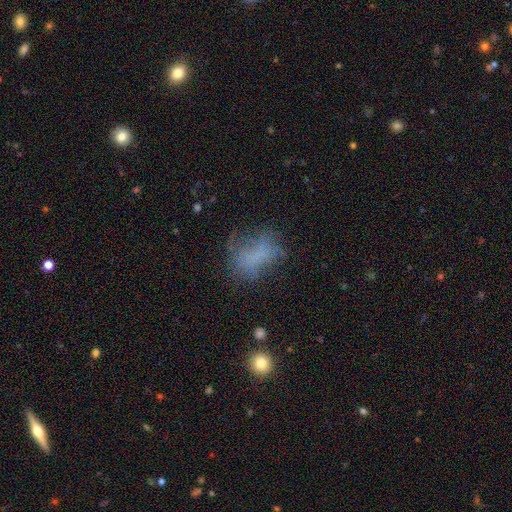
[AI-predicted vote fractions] Smooth or featured? Predicted: smooth (p=0.55). How rounded? Predicted: in between (p=0.75). Merging? Predicted: none (p=0.43).